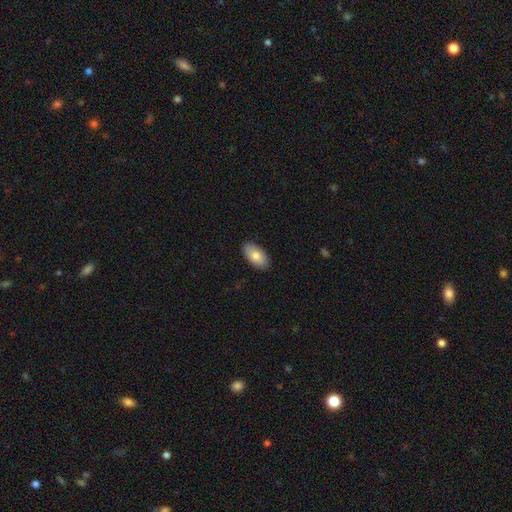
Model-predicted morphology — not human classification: A smooth galaxy with no disk features (79%) that is in between round and cigar-shaped (94%). Merging: none (88%).